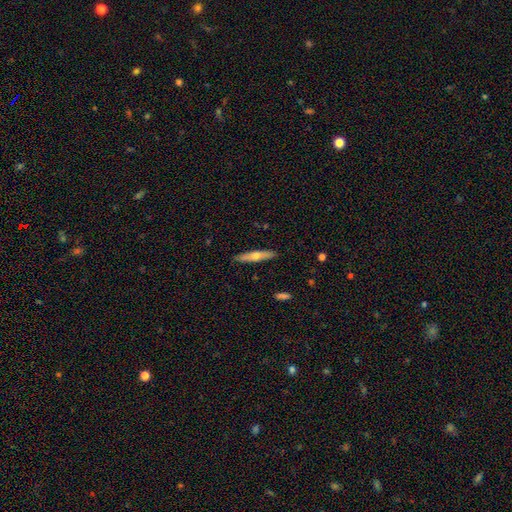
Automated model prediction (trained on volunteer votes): Morphology: type=featured or disk (50%); merging=none (90%).